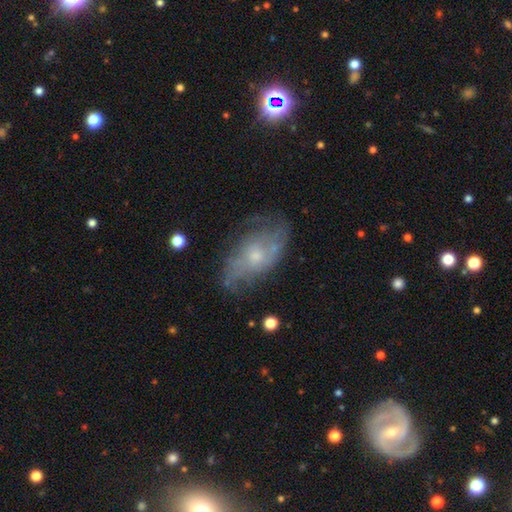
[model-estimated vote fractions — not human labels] Morphology: type=featured or disk (65%); edge-on=no (92%); bar=no (77%); spiral arms=yes (72%); bulge=small (58%); merging=none (61%).